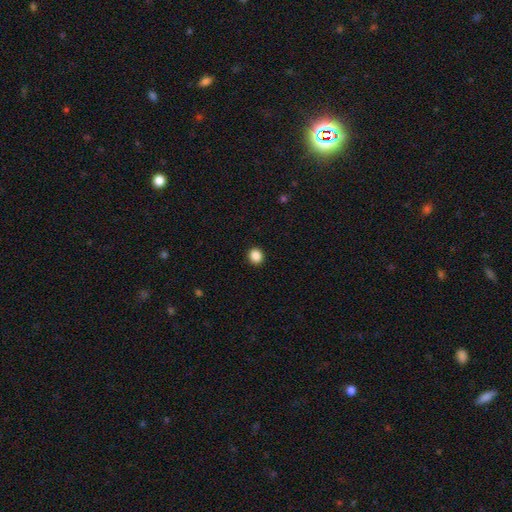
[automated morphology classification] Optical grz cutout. It shows a smooth galaxy with no disk features (88%) that is round (87%). Merging: none (93%).